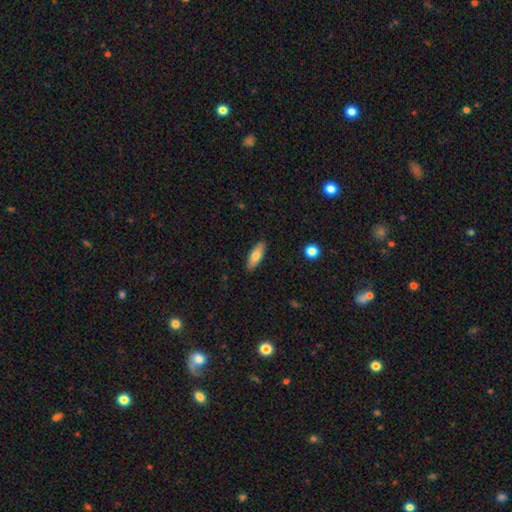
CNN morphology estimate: Smooth or featured: smooth — 72% (featured or disk — 22%)
How rounded: in between — 57% (cigar-shaped — 41%)
Merging: none — 89% (minor disturbance — 8%)